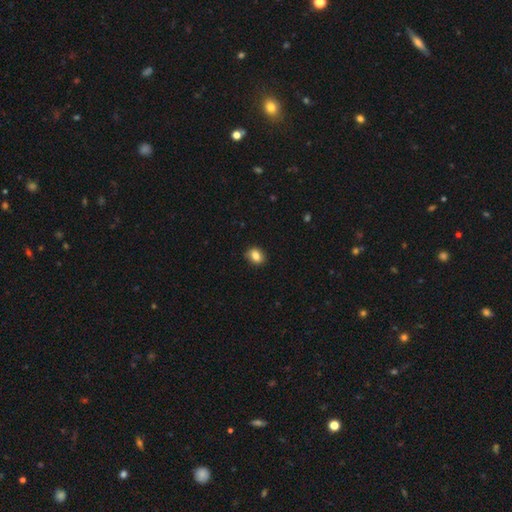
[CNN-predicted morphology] smooth-or-featured: smooth: 84% | star or artifact: 9% | featured or disk: 7%
  how-rounded: in between: 59% | round: 39% | cigar-shaped: 1%
  merging: none: 86% | minor disturbance: 11% | major disturbance: 2% | merger: 1%